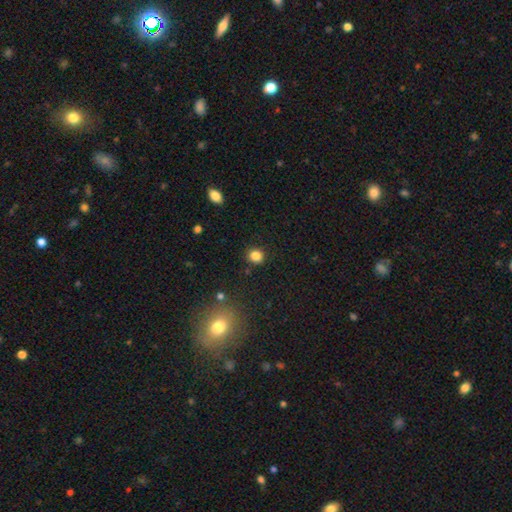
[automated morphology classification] A smooth galaxy with no disk features (84%) that is round (85%). Merging: none (88%).